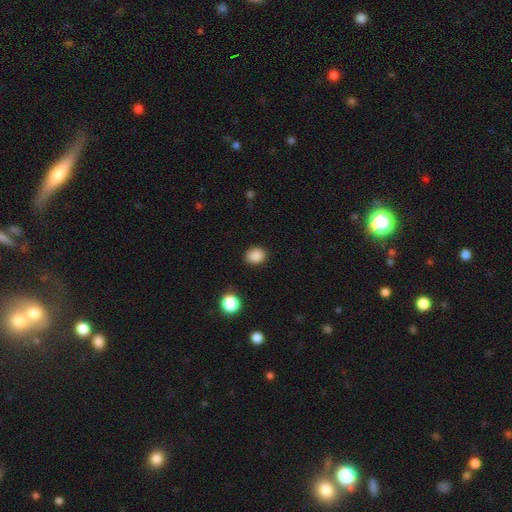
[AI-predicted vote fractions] Q: Smooth or featured?
A: smooth (87%); runner-up: star or artifact (10%)
Q: How rounded?
A: in between (50%); runner-up: round (49%)
Q: Merging?
A: none (88%); runner-up: minor disturbance (8%)